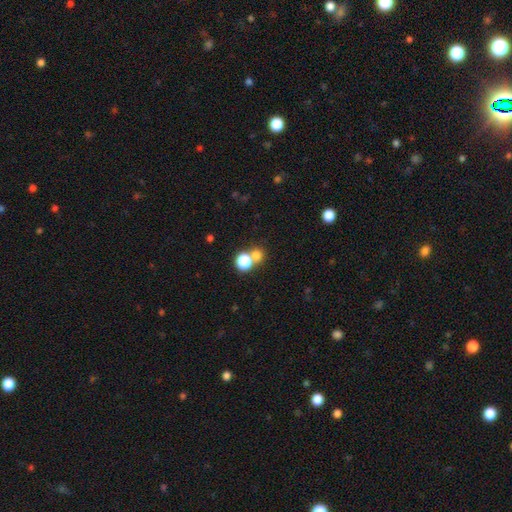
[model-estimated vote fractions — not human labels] A smooth galaxy with no disk features (72%) that is round (85%).

Vote fractions:
- Smooth or featured? smooth: 72% / star or artifact: 20% / featured or disk: 8%
- How rounded? round: 85% / in between: 14% / cigar-shaped: 1%
- Merging? none: 53% / merger: 37% / minor disturbance: 6% / major disturbance: 3%